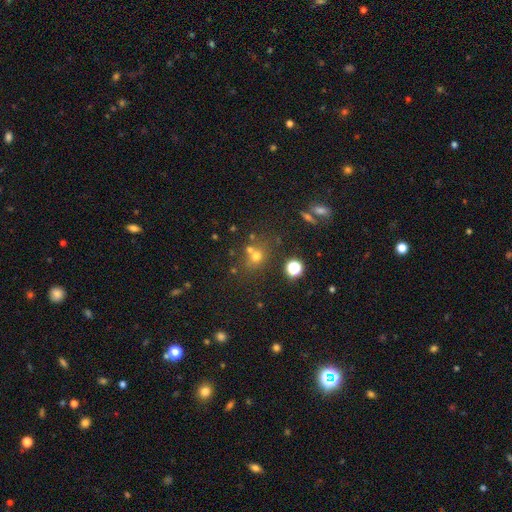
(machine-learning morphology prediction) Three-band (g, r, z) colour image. It shows a smooth galaxy with no disk features (61%) that is round (77%). Merging: none (57%).